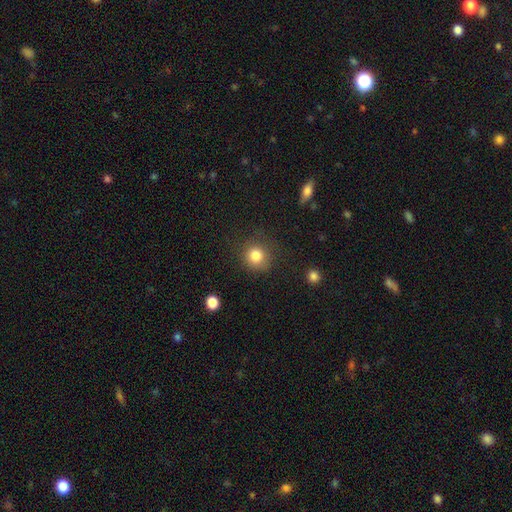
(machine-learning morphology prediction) Overall: smooth (83%). How rounded: round (89%). Merging: none (77%).